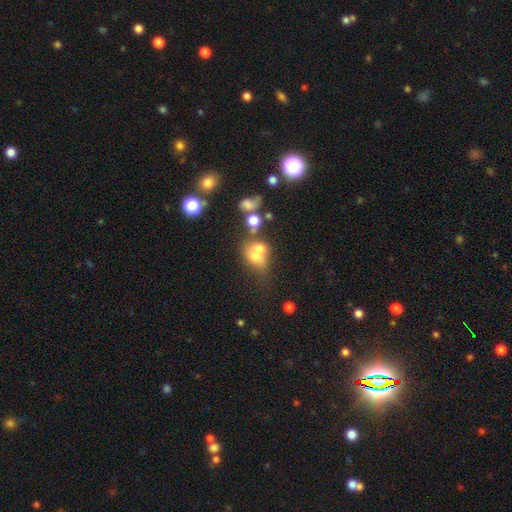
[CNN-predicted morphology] type=smooth (62%); roundness=in between (51%); merging=merger (60%).